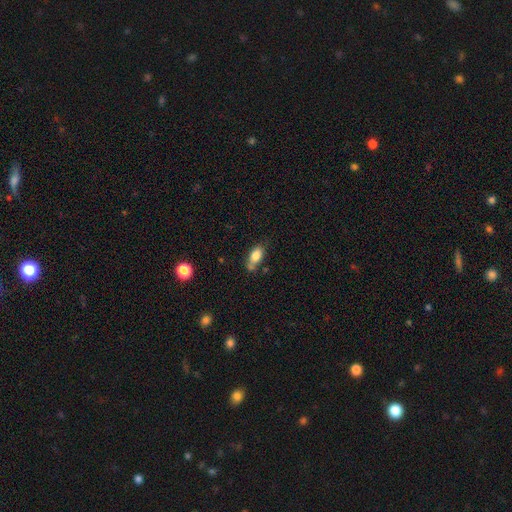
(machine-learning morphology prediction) smooth_or_featured: smooth (p=0.80) [alt: featured or disk p=0.12]
how_rounded: in between (p=0.86) [alt: cigar-shaped p=0.07]
merging: none (p=0.54) [alt: minor disturbance p=0.24]